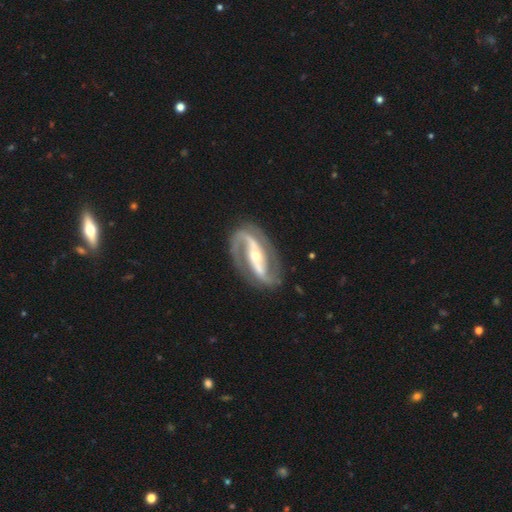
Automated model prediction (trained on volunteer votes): Overall: featured or disk (91%). Edge-on disk: no (95%). Bar: strong (61%). Spiral arms: yes (97%). Spiral arm count: 2 (92%). Spiral winding: medium (50%; loose 27%). Bulge size: moderate (50%; small 44%). Merging: none (81%).